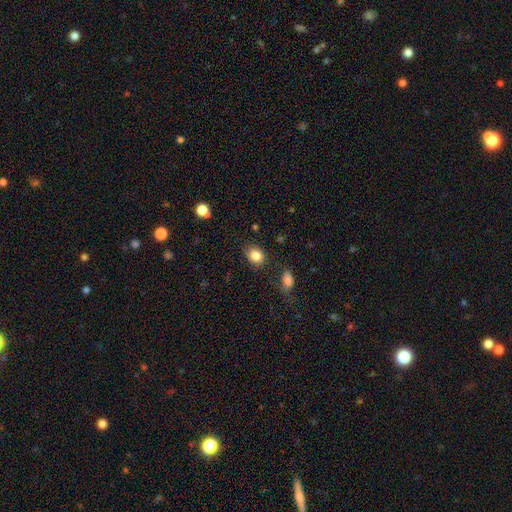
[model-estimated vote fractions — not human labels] Smooth or featured: smooth — 84% (star or artifact — 10%)
How rounded: round — 57% (in between — 42%)
Merging: none — 82% (minor disturbance — 12%)